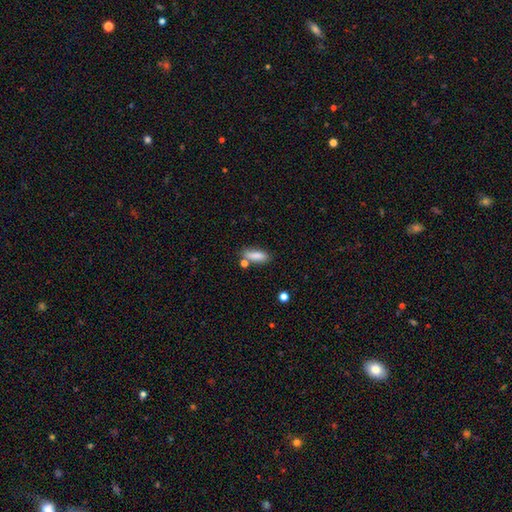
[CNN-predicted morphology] Smooth or featured: smooth — 83% (featured or disk — 8%)
How rounded: in between — 63% (cigar-shaped — 34%)
Merging: none — 64% (minor disturbance — 19%)